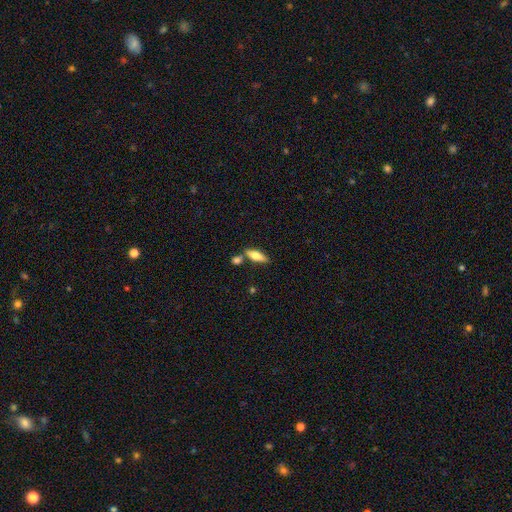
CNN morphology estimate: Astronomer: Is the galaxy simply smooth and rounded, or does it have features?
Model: smooth — 55% (runner-up: featured or disk, 39%).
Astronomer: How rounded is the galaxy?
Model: in between — 53% (runner-up: cigar-shaped, 44%).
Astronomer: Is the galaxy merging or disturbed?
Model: none — 72%.